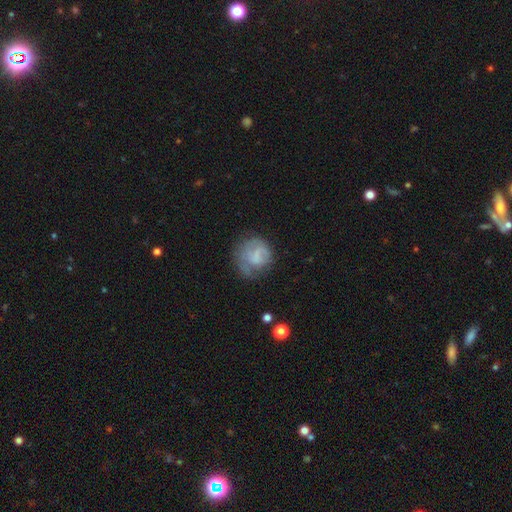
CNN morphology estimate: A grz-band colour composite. It shows a smooth galaxy with no disk features (52%) that is round (77%). Merging: none (47%).